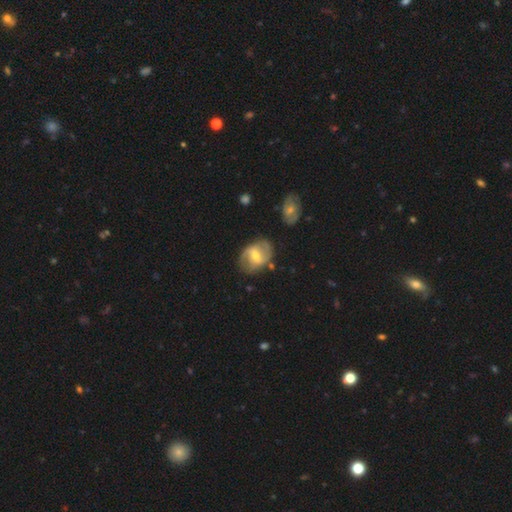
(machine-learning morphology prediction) The model was most divided on "spiral winding": medium: 42%, loose: 41%, tight: 17%. More confident: edge-on disk — no (96%); spiral arms — yes (88%); spiral arm count — 2 (84%); smooth or featured — featured or disk (74%); merging — none (73%); bulge size — moderate (57%); bar — weak (54%).